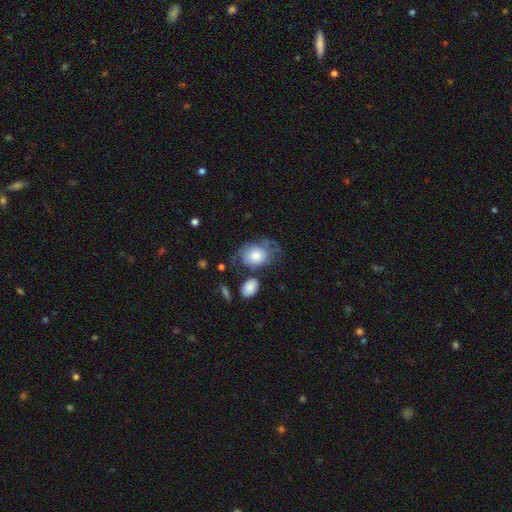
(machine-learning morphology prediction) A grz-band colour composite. It shows a smooth galaxy with no disk features (68%) that is in between round and cigar-shaped (61%). Merging: none (40%).